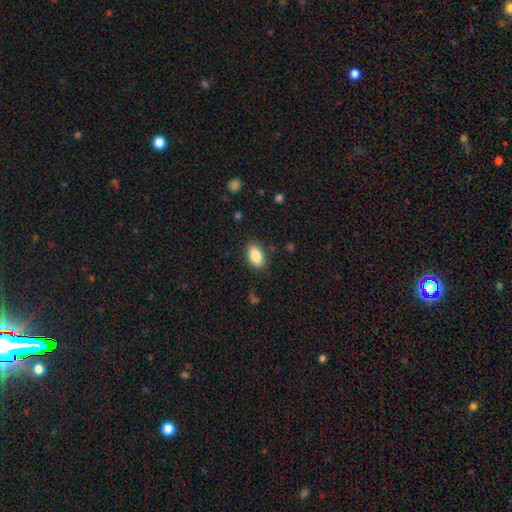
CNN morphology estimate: Smooth or featured?
  - smooth: 86% *
  - star or artifact: 7%
  - featured or disk: 6%
How rounded?
  - in between: 91% *
  - round: 7%
  - cigar-shaped: 2%
Merging?
  - none: 85% *
  - minor disturbance: 11%
  - major disturbance: 3%
  - merger: 1%